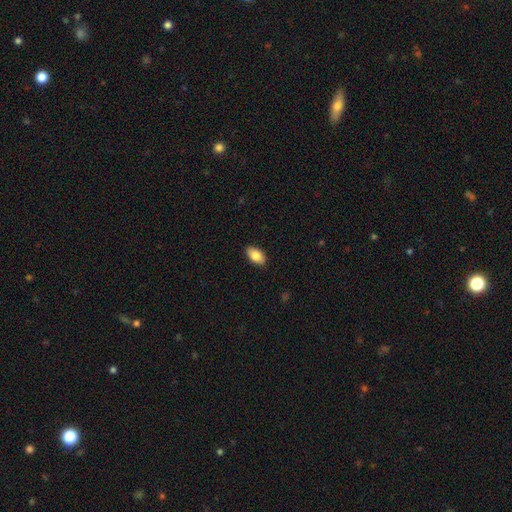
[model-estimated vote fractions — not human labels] A smooth galaxy with no disk features (84%) that is in between round and cigar-shaped (93%).

Vote fractions:
- Smooth or featured? smooth: 84% / featured or disk: 9% / star or artifact: 7%
- How rounded? in between: 93% / round: 4% / cigar-shaped: 3%
- Merging? none: 89% / minor disturbance: 9% / major disturbance: 2% / merger: 1%